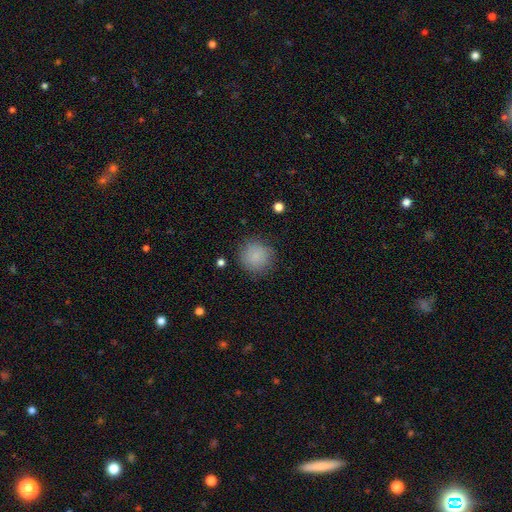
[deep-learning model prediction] smooth-or-featured: smooth: 84% | star or artifact: 9% | featured or disk: 7%
  how-rounded: round: 93% | in between: 6% | cigar-shaped: 1%
  merging: none: 84% | minor disturbance: 11% | major disturbance: 4% | merger: 1%